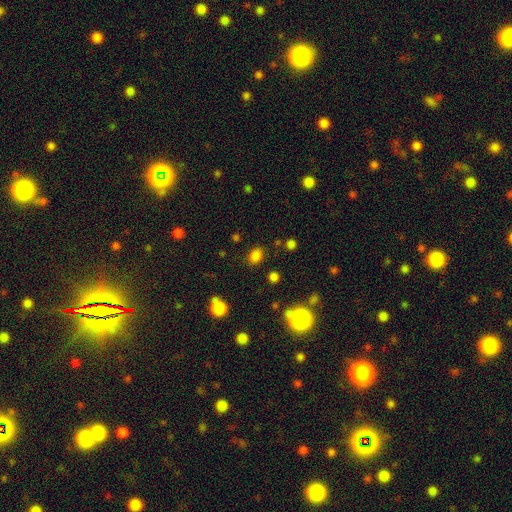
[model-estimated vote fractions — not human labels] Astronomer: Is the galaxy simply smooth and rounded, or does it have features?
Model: smooth — 79%.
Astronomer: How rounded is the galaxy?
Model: in between — 67%.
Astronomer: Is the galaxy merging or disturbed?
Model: none — 82%.